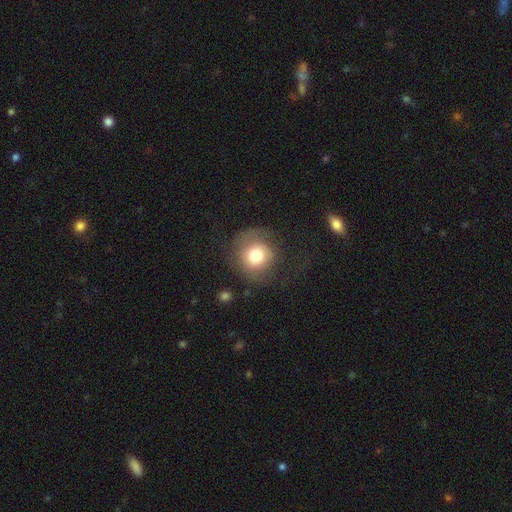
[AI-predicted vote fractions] The model was most divided on "merging": none: 56%, major disturbance: 22%, minor disturbance: 20%, merger: 2%. More confident: how rounded — round (88%); smooth or featured — smooth (72%).